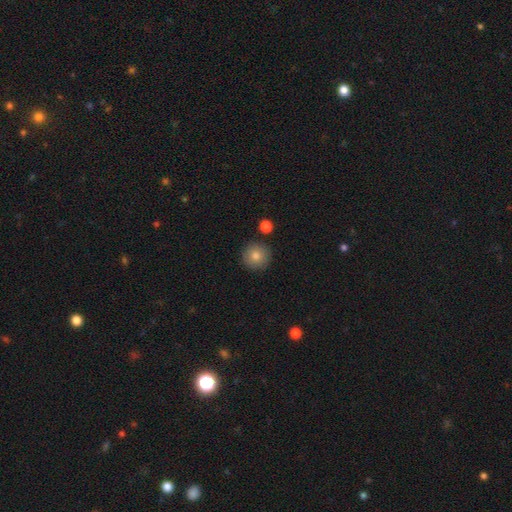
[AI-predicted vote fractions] Smooth or featured: smooth — 82% (star or artifact — 9%)
How rounded: round — 95% (in between — 4%)
Merging: none — 88% (minor disturbance — 7%)